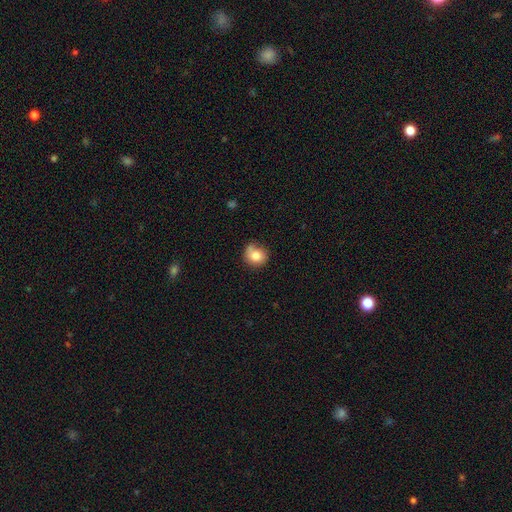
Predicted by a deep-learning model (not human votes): smooth_or_featured: smooth (p=0.79) [alt: featured or disk p=0.11]
how_rounded: round (p=0.82) [alt: in between p=0.17]
merging: none (p=0.61) [alt: minor disturbance p=0.25]